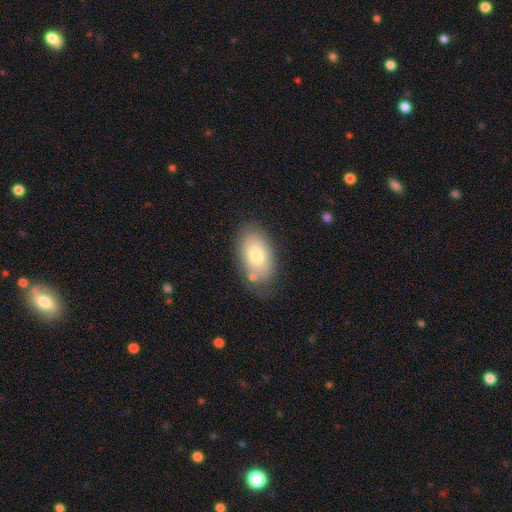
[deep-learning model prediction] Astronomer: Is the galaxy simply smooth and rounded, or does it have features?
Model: smooth — 75%.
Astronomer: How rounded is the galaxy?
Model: in between — 92%.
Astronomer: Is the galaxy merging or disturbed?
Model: none — 67%.